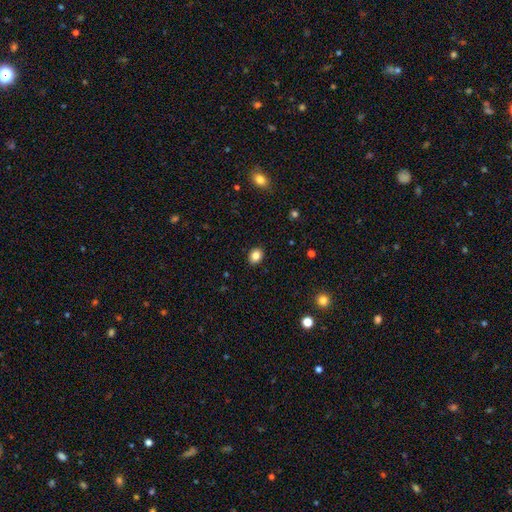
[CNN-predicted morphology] smooth_or_featured: smooth (p=0.84) [alt: star or artifact p=0.10]
how_rounded: in between (p=0.55) [alt: round p=0.44]
merging: none (p=0.90) [alt: minor disturbance p=0.07]